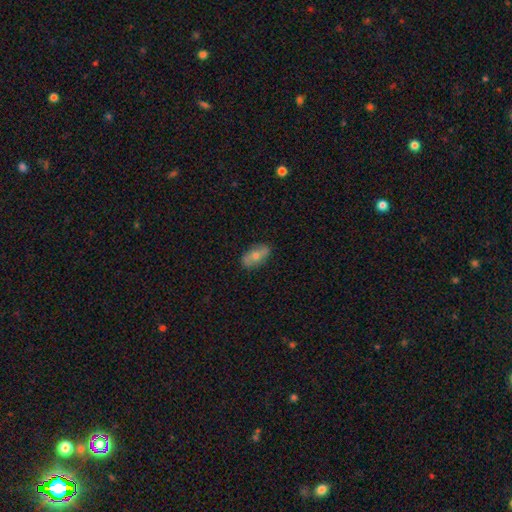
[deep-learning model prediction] This appears to be a smooth galaxy with no disk features (55%) that is in between round and cigar-shaped (86%). Merging: none (85%).